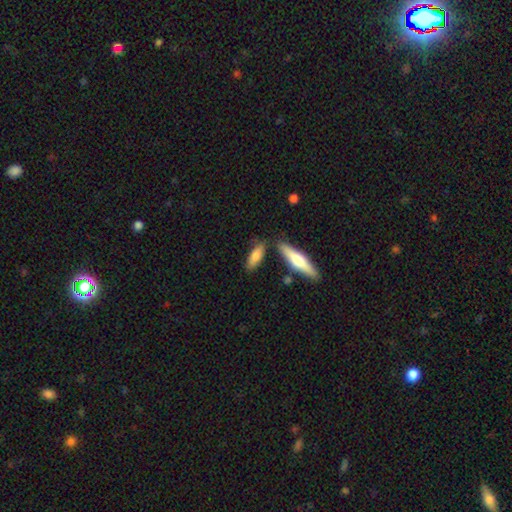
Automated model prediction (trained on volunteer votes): This is likely a smooth galaxy (76%). How rounded: possibly in between (56%). Merging: likely none (71%).